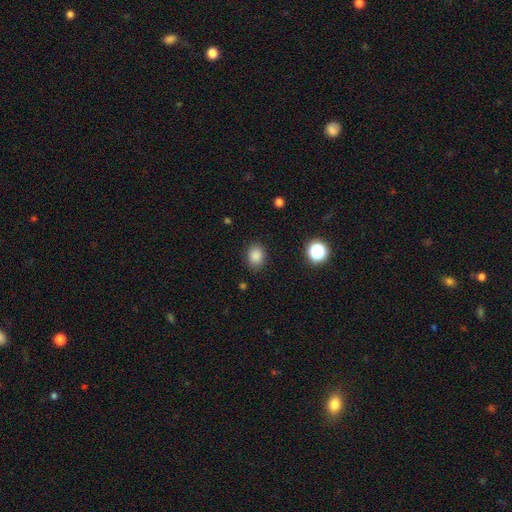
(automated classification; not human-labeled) smooth-or-featured: smooth: 85% | star or artifact: 11% | featured or disk: 4%
  how-rounded: in between: 57% | round: 42% | cigar-shaped: 1%
  merging: none: 85% | minor disturbance: 10% | major disturbance: 3% | merger: 1%